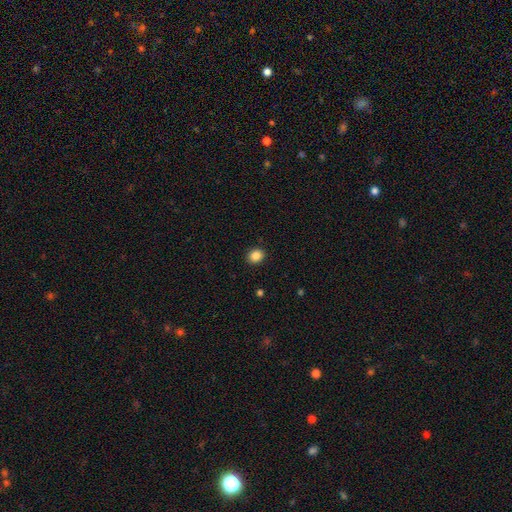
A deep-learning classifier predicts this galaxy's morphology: smooth-or-featured: smooth: 87% | star or artifact: 9% | featured or disk: 3%
  how-rounded: round: 61% | in between: 38% | cigar-shaped: 1%
  merging: none: 91% | minor disturbance: 6% | major disturbance: 2% | merger: 1%